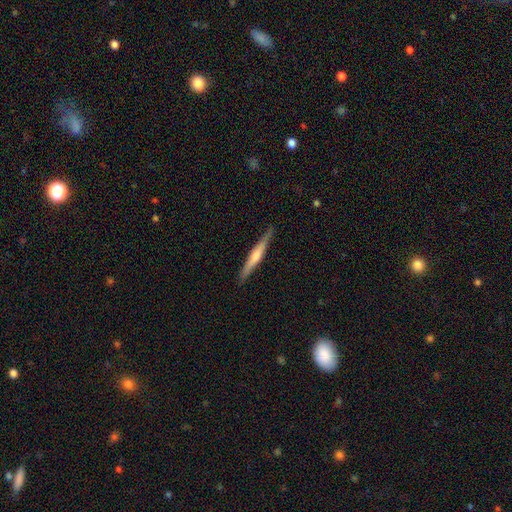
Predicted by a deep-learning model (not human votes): Q: Smooth or featured?
A: featured or disk (57%); runner-up: smooth (38%)
Q: Edge-on disk?
A: yes (98%); runner-up: no (2%)
Q: Edge-on bulge?
A: rounded (58%); runner-up: none (25%)
Q: Merging?
A: none (90%); runner-up: minor disturbance (8%)